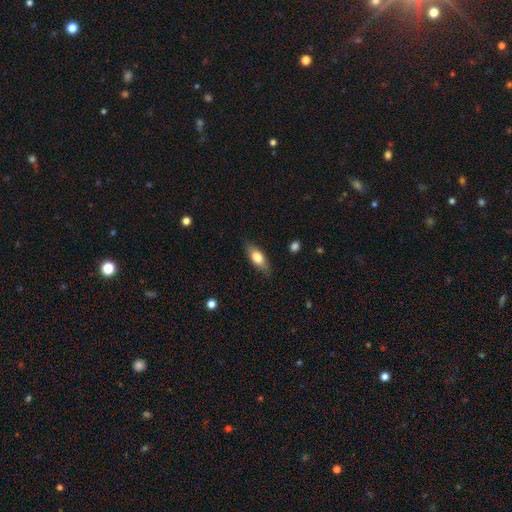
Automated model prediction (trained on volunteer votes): smooth-or-featured: smooth: 70% | featured or disk: 24% | star or artifact: 6%
  how-rounded: in between: 71% | cigar-shaped: 26% | round: 3%
  merging: none: 81% | minor disturbance: 15% | major disturbance: 3% | merger: 1%